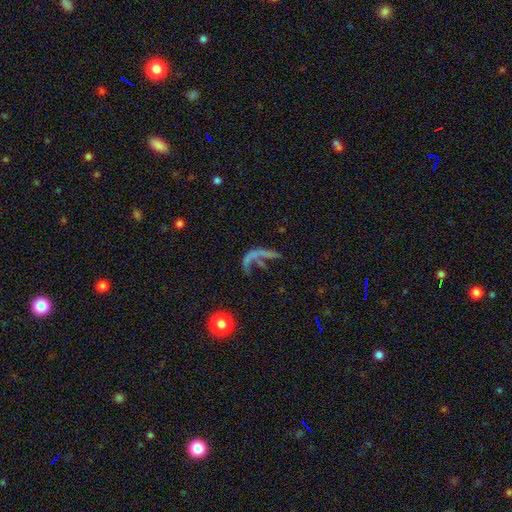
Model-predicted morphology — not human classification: smooth_or_featured: featured or disk (p=0.46) [alt: smooth p=0.30]
merging: major disturbance (p=0.38) [alt: none p=0.36]